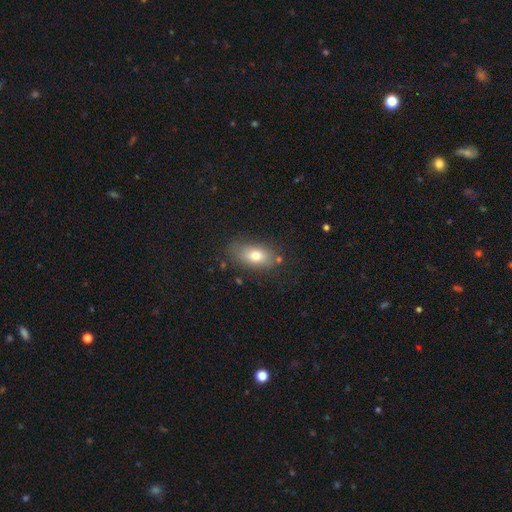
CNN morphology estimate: smooth 76%, featured or disk 15%, star or artifact 9%. Down the decision tree: how rounded — in between (86%); merging — none (76%).